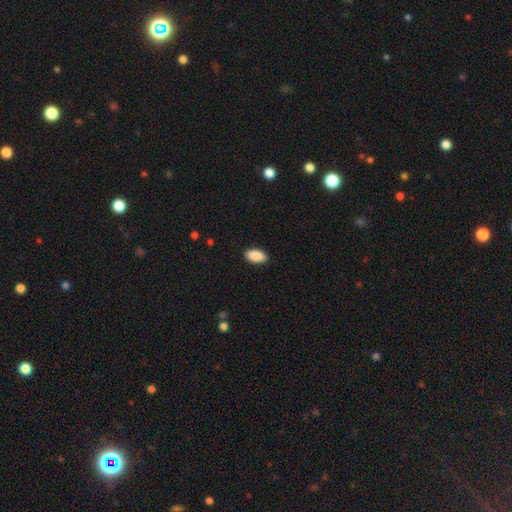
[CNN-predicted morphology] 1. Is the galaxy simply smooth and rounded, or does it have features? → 91% smooth, 6% star or artifact, 3% featured or disk.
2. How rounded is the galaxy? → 94% in between, 4% cigar-shaped, 2% round.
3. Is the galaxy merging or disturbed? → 90% none, 7% minor disturbance, 2% major disturbance, 1% merger.